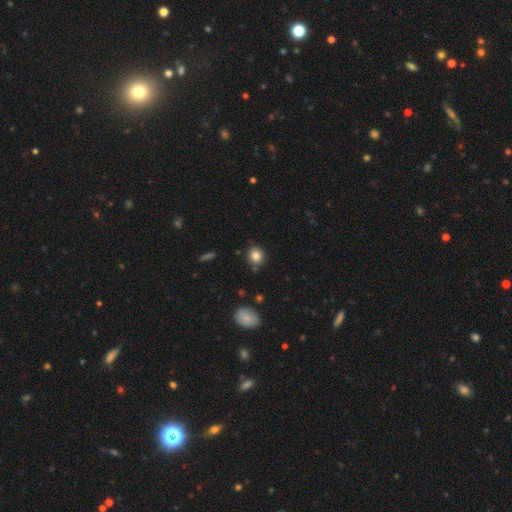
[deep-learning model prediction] The model was most divided on "how rounded": round: 76%, in between: 22%, cigar-shaped: 1%. More confident: smooth or featured — smooth (84%); merging — none (82%).